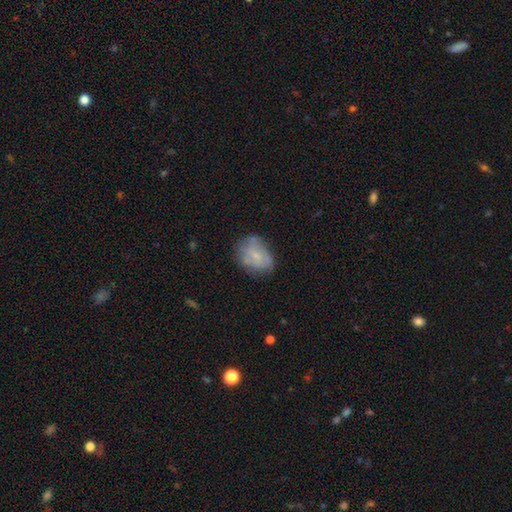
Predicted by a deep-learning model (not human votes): This is possibly a smooth galaxy (52%). How rounded: likely in between (63%). Merging: possibly none (59%).